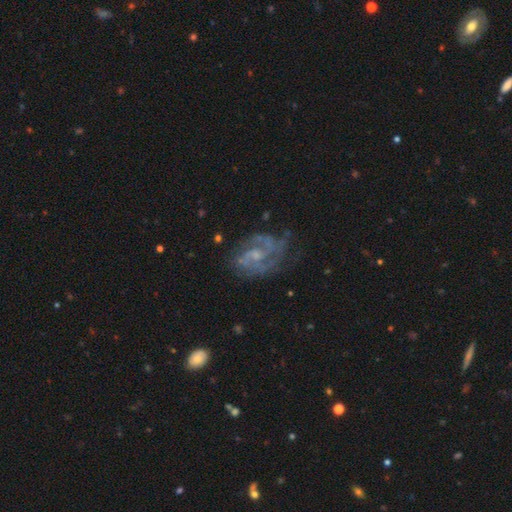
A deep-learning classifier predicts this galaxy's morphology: This is clearly a featured or disk galaxy (82%). It is clearly not viewed edge-on (97%). Bar: possibly no (53%). Spiral arm pattern: clearly yes (90%). Spiral arm count: marginally 2 (42%). Spiral winding: possibly medium (48%). Central bulge: possibly small (53%). Merging: likely none (61%).